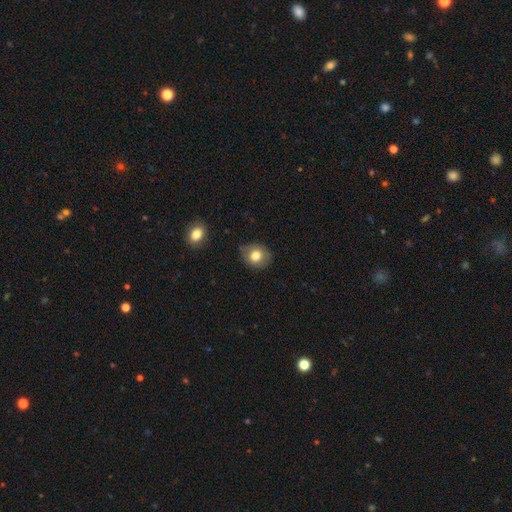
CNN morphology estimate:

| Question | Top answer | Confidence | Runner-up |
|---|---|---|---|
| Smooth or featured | smooth | 79% | featured or disk (12%) |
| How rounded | round | 68% | in between (31%) |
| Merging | none | 79% | minor disturbance (16%) |